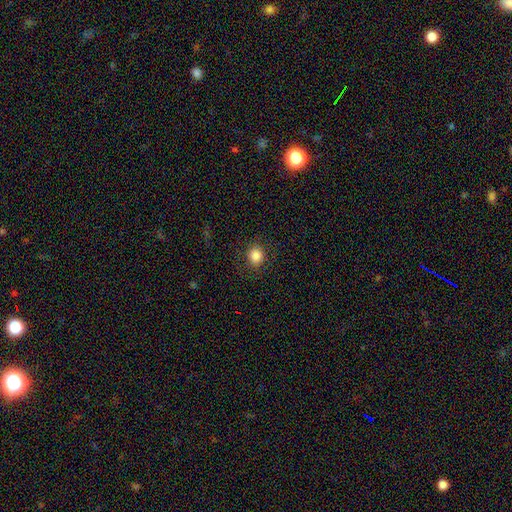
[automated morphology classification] This appears to be a smooth galaxy with no disk features (84%) that is round (75%). Merging: none (87%).